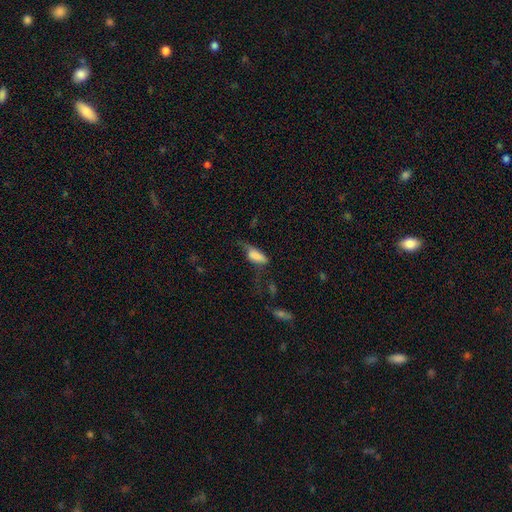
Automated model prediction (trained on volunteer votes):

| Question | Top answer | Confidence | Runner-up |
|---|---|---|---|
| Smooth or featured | smooth | 74% | featured or disk (17%) |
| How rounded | in between | 80% | cigar-shaped (17%) |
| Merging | major disturbance | 41% | minor disturbance (29%) |